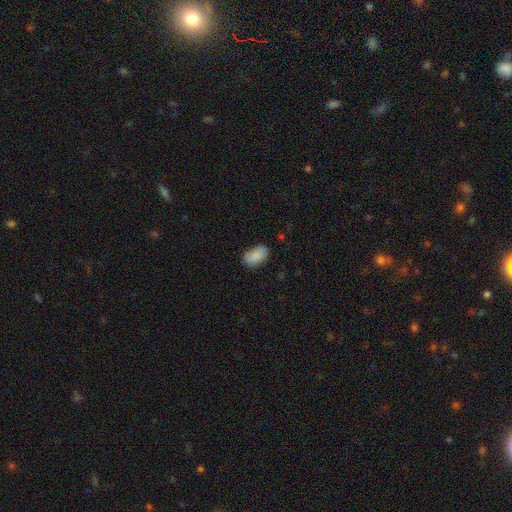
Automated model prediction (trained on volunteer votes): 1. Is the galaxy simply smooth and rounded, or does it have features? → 88% smooth, 7% star or artifact, 5% featured or disk.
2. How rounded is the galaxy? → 94% in between, 4% round, 2% cigar-shaped.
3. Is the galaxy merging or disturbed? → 78% none, 17% minor disturbance, 3% major disturbance, 1% merger.